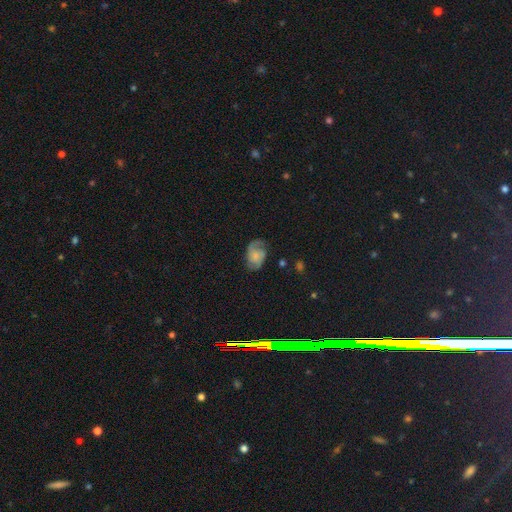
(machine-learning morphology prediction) featured or disk 52%, smooth 40%, star or artifact 9%. Down the decision tree: edge-on disk — no (96%); bar — no (68%); spiral arms — yes (86%); bulge size — none (34%); merging — none (62%).